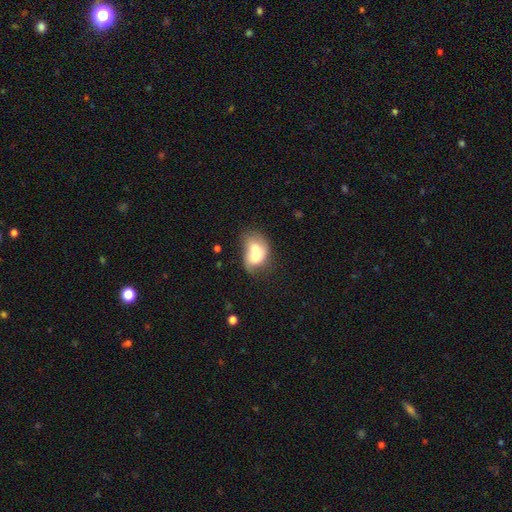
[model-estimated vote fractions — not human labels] smooth-or-featured: smooth: 60% | featured or disk: 32% | star or artifact: 8%
  how-rounded: in between: 75% | round: 23% | cigar-shaped: 2%
  merging: merger: 64% | none: 16% | minor disturbance: 11% | major disturbance: 9%